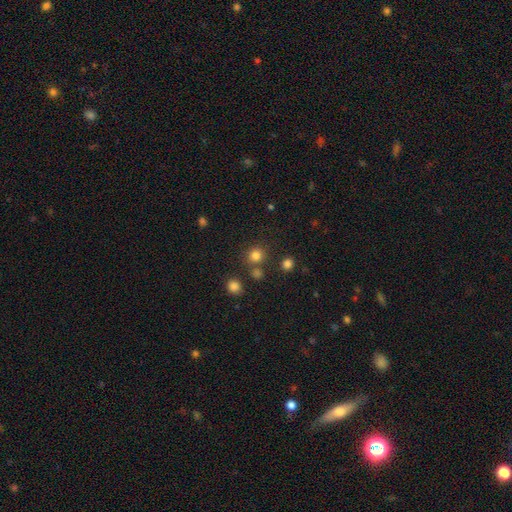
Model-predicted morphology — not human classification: Smooth or featured? smooth (79%)
How rounded? round (89%)
Merging? none (76%)